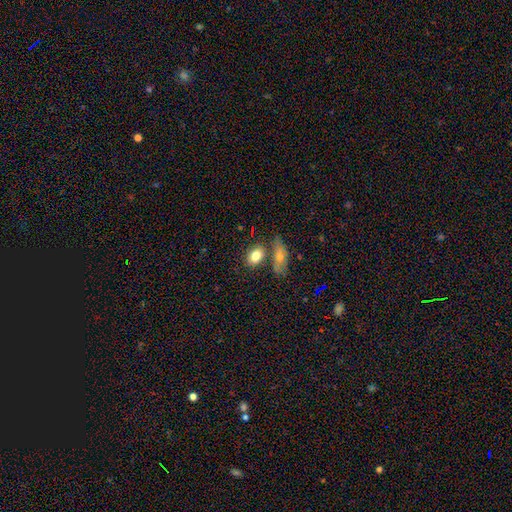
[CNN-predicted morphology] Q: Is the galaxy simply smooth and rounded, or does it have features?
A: smooth — 80%.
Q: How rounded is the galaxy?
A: in between — 78%.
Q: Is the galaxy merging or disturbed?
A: none — 63%.